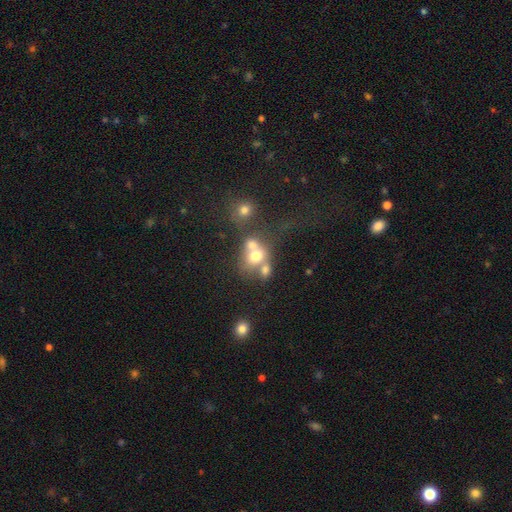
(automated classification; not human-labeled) Smooth or featured?
  - smooth: 63% *
  - featured or disk: 22%
  - star or artifact: 15%
How rounded?
  - round: 61% *
  - in between: 38%
  - cigar-shaped: 1%
Merging?
  - merger: 57% *
  - none: 27%
  - minor disturbance: 9%
  - major disturbance: 8%